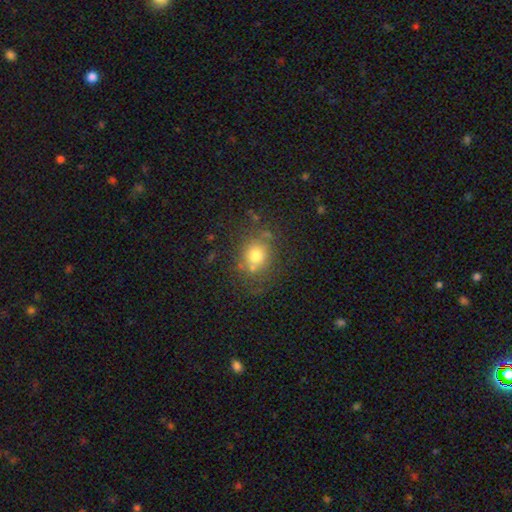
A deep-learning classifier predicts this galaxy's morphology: Smooth or featured? Predicted: smooth (p=0.71). How rounded? Predicted: round (p=0.71). Merging? Predicted: none (p=0.66).